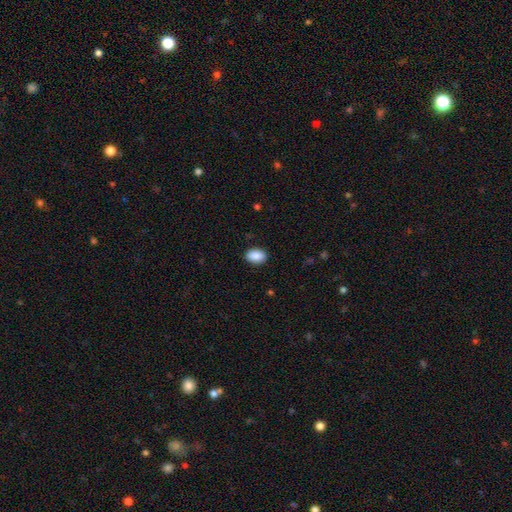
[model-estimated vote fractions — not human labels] A smooth galaxy with no disk features (90%) that is in between round and cigar-shaped (86%).

Vote fractions:
- Smooth or featured? smooth: 90% / star or artifact: 7% / featured or disk: 3%
- How rounded? in between: 86% / round: 13% / cigar-shaped: 1%
- Merging? none: 89% / minor disturbance: 8% / major disturbance: 2% / merger: 1%